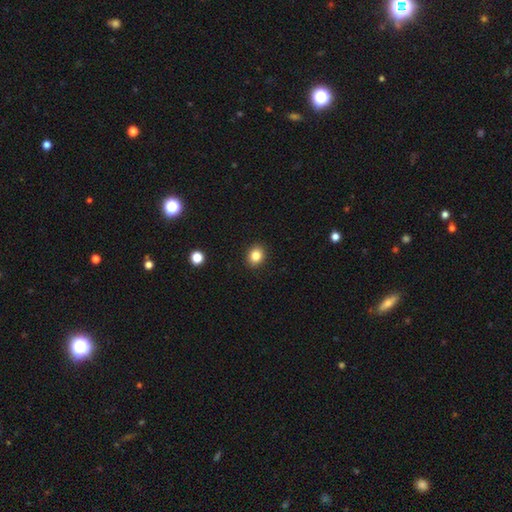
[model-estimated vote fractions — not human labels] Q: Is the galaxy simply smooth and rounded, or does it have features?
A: smooth — 84%.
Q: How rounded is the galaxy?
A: round — 58%.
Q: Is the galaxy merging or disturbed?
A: none — 91%.